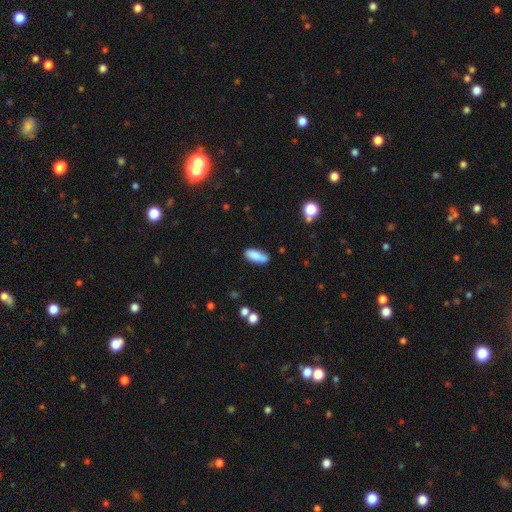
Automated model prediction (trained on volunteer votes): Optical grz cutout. It shows a smooth galaxy with no disk features (83%) that is in between round and cigar-shaped (80%). Merging: none (71%).